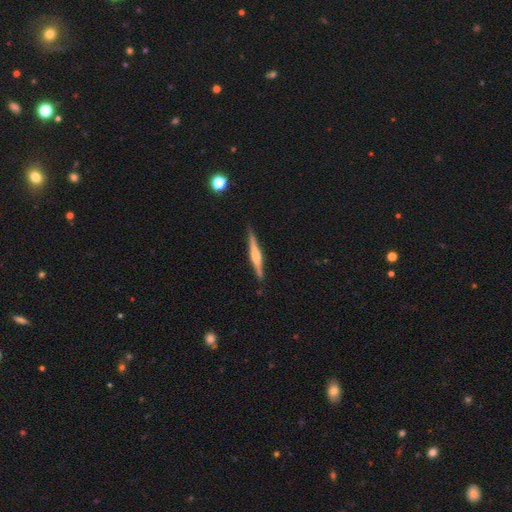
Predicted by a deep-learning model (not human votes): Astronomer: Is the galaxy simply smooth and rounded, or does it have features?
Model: featured or disk — 70%.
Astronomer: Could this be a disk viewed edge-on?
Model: yes — 98%.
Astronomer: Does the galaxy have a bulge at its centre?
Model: rounded — 70%.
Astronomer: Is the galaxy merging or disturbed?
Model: none — 89%.